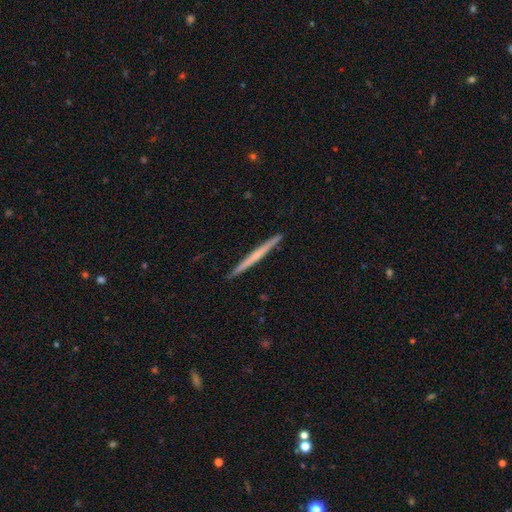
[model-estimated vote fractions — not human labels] featured or disk 59%, smooth 36%, star or artifact 5%. Down the decision tree: edge-on disk — yes (98%); edge-on bulge — none (68%); merging — none (93%).